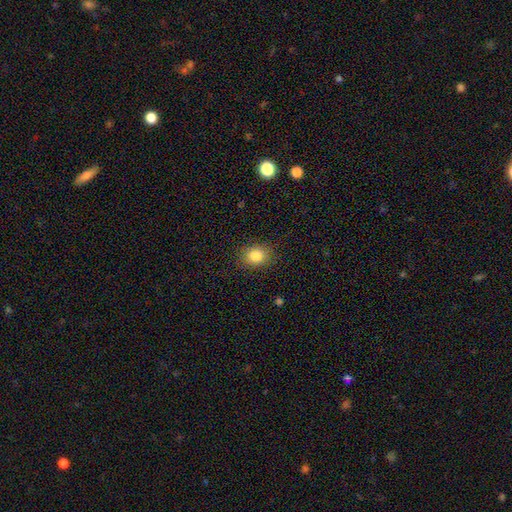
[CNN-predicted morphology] A smooth galaxy with no disk features (84%) that is round (51%).

Vote fractions:
- Smooth or featured? smooth: 84% / star or artifact: 10% / featured or disk: 6%
- How rounded? round: 51% / in between: 48% / cigar-shaped: 1%
- Merging? none: 86% / minor disturbance: 10% / major disturbance: 3% / merger: 1%